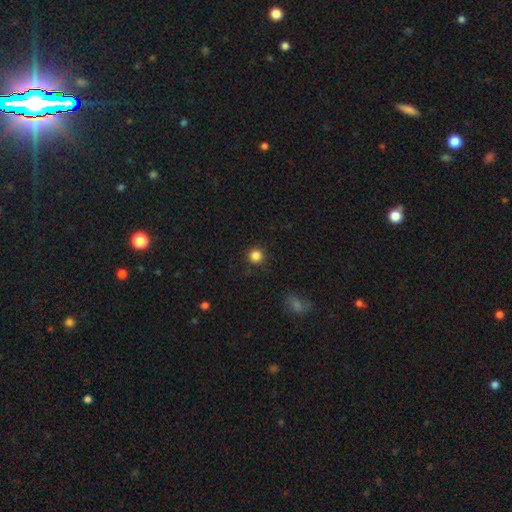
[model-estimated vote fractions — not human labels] A smooth galaxy with no disk features (85%) that is round (95%). Merging: none (90%).